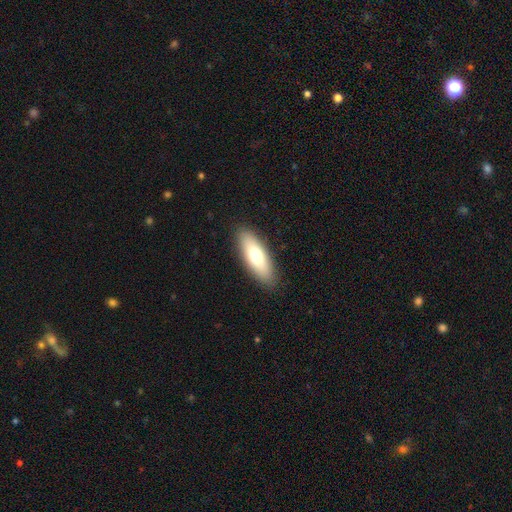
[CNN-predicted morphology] Smooth or featured? smooth (70%)
How rounded? in between (65%)
Merging? none (89%)